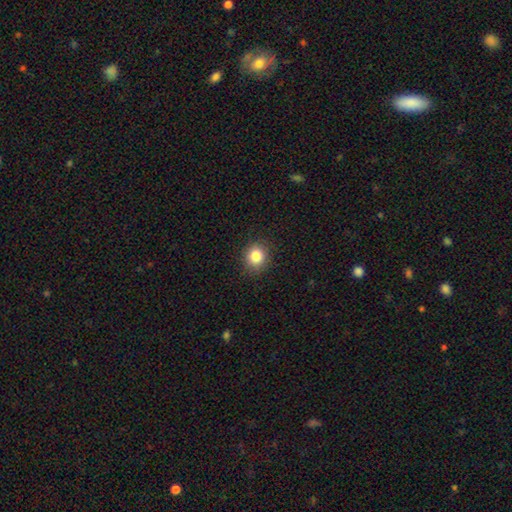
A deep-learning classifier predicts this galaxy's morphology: This is clearly a smooth galaxy (84%). How rounded: likely round (80%). Merging: clearly none (88%).